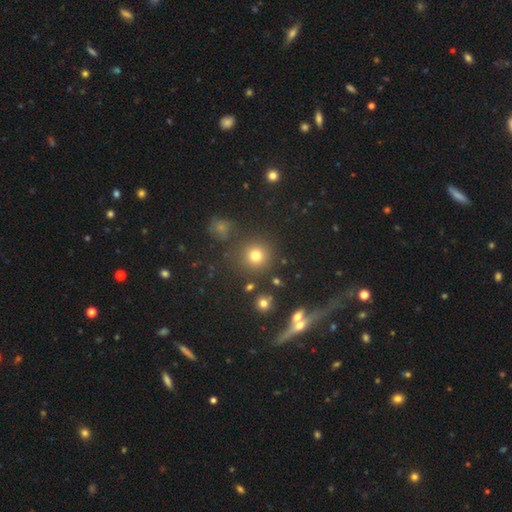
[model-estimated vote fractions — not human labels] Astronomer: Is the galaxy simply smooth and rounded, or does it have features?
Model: smooth — 75%.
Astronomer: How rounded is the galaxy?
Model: round — 93%.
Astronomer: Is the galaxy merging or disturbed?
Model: none — 84%.